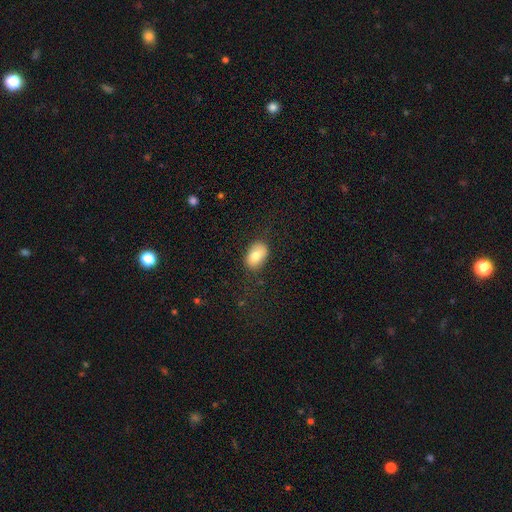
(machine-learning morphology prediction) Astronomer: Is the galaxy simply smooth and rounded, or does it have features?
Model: smooth — 76%.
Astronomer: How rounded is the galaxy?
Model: in between — 85%.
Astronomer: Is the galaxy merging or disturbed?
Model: none — 81%.